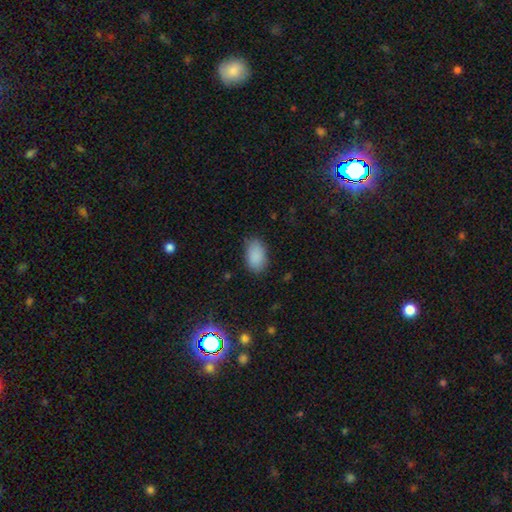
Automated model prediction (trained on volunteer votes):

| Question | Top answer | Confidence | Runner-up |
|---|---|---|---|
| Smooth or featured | smooth | 89% | star or artifact (7%) |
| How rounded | in between | 92% | round (6%) |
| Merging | none | 77% | minor disturbance (18%) |